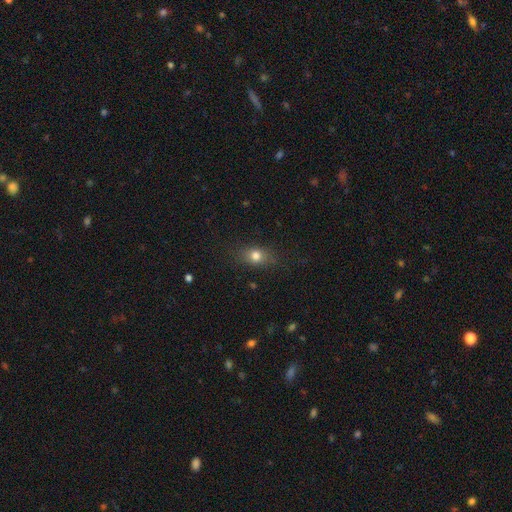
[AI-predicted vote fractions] Smooth or featured? Predicted: smooth (p=0.78). How rounded? Predicted: in between (p=0.60). Merging? Predicted: none (p=0.79).